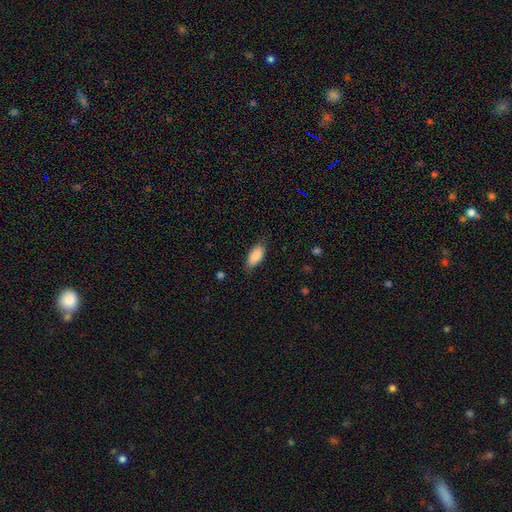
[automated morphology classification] smooth_or_featured: smooth (p=0.87) [alt: featured or disk p=0.07]
how_rounded: in between (p=0.88) [alt: cigar-shaped p=0.10]
merging: none (p=0.76) [alt: minor disturbance p=0.19]